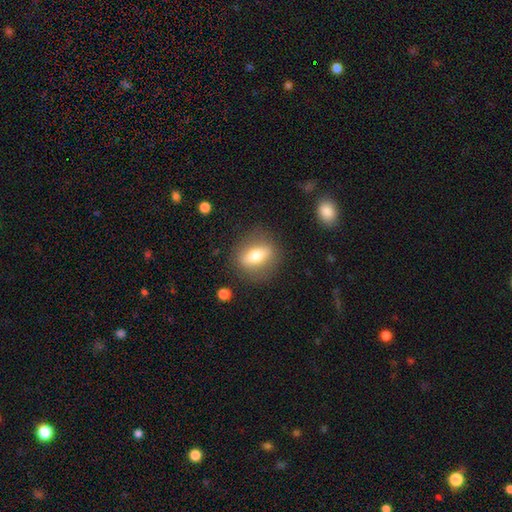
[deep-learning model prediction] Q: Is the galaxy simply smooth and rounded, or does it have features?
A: smooth — 61%.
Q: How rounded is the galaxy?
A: in between — 62%.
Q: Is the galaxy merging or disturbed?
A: none — 81%.